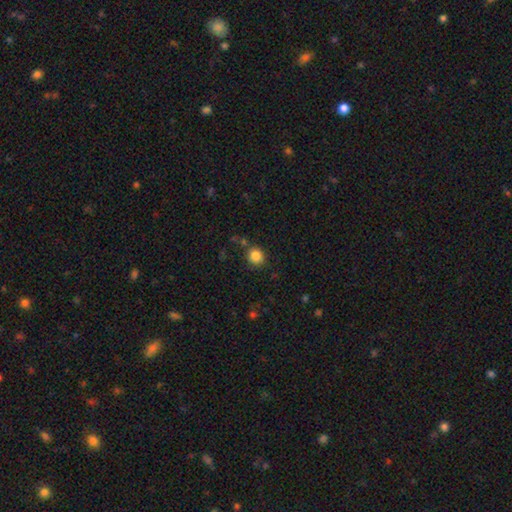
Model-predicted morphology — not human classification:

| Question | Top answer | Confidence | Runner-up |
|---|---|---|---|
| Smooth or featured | smooth | 85% | star or artifact (11%) |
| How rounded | round | 89% | in between (10%) |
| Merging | none | 82% | minor disturbance (10%) |